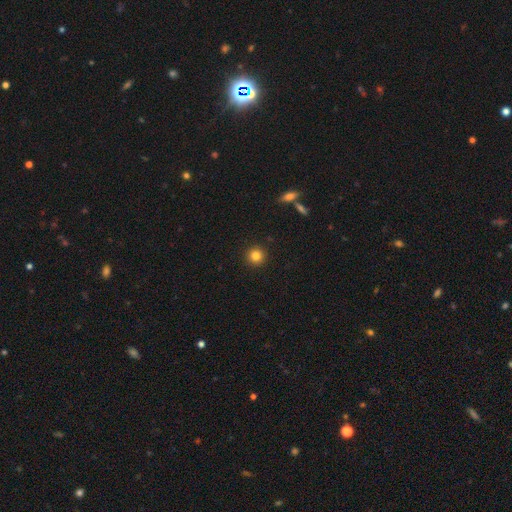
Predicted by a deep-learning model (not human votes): A smooth galaxy with no disk features (83%) that is round (95%).

Vote fractions:
- Smooth or featured? smooth: 83% / star or artifact: 11% / featured or disk: 5%
- How rounded? round: 95% / in between: 4% / cigar-shaped: 1%
- Merging? none: 92% / minor disturbance: 5% / major disturbance: 2% / merger: 1%